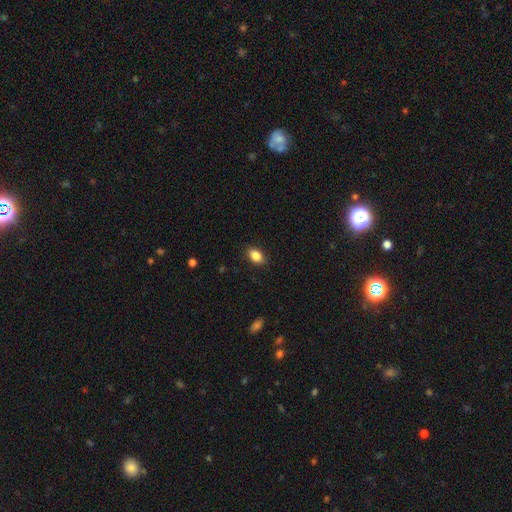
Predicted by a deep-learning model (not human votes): Overall: smooth (87%). How rounded: in between (87%). Merging: none (88%).